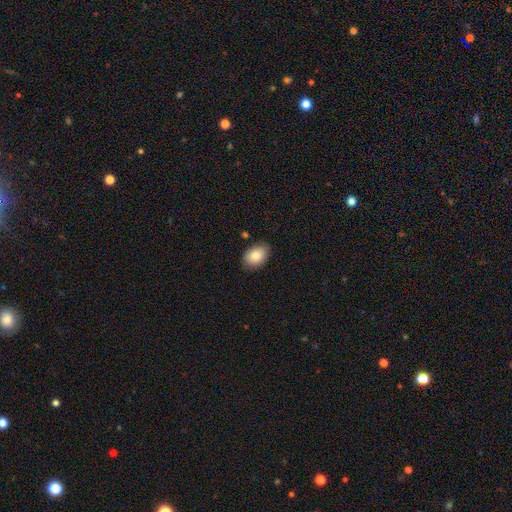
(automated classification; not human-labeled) Smooth or featured? smooth (82%)
How rounded? in between (82%)
Merging? none (81%)